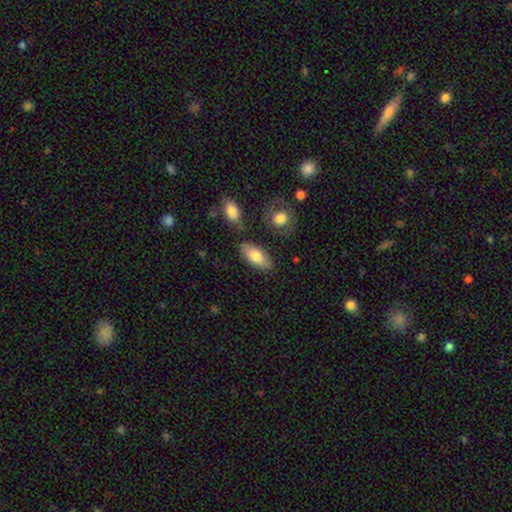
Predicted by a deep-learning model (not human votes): Smooth or featured? Predicted: smooth (p=0.77). How rounded? Predicted: in between (p=0.87). Merging? Predicted: none (p=0.78).